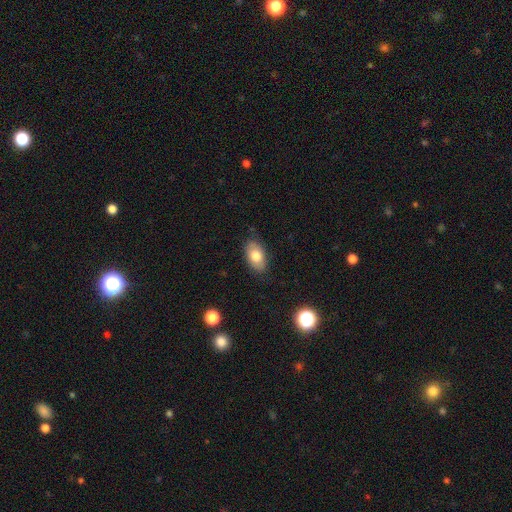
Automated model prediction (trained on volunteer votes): Q: Smooth or featured?
A: smooth (76%); runner-up: featured or disk (17%)
Q: How rounded?
A: in between (92%); runner-up: round (6%)
Q: Merging?
A: none (82%); runner-up: minor disturbance (14%)